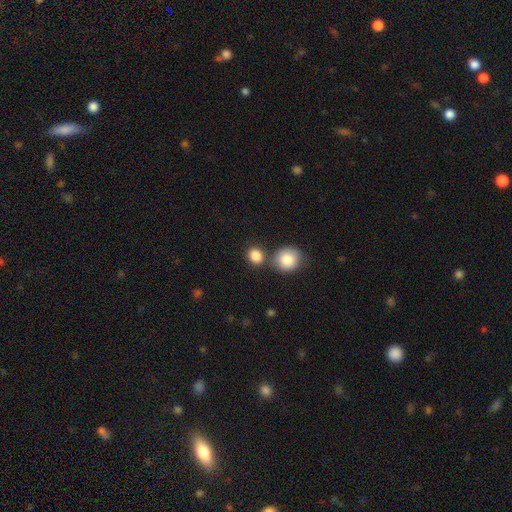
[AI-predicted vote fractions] Smooth or featured? smooth (86%)
How rounded? round (75%)
Merging? none (65%)